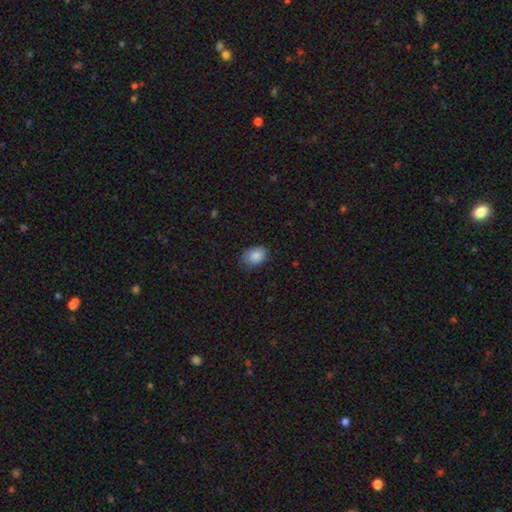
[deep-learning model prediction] smooth-or-featured: smooth: 86% | star or artifact: 8% | featured or disk: 6%
  how-rounded: in between: 79% | round: 20% | cigar-shaped: 1%
  merging: none: 74% | minor disturbance: 21% | major disturbance: 4% | merger: 1%